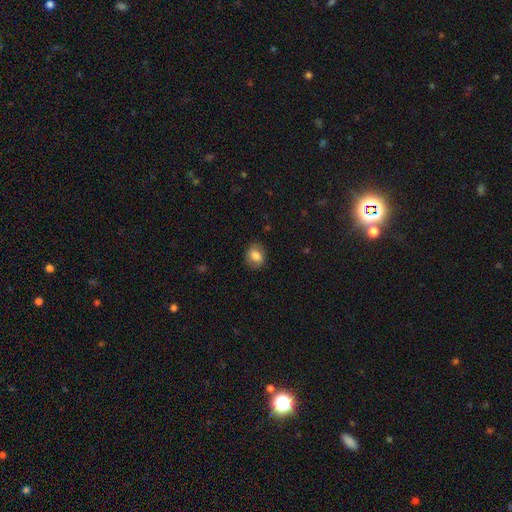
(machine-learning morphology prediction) Smooth or featured? smooth (80%)
How rounded? in between (58%)
Merging? none (81%)